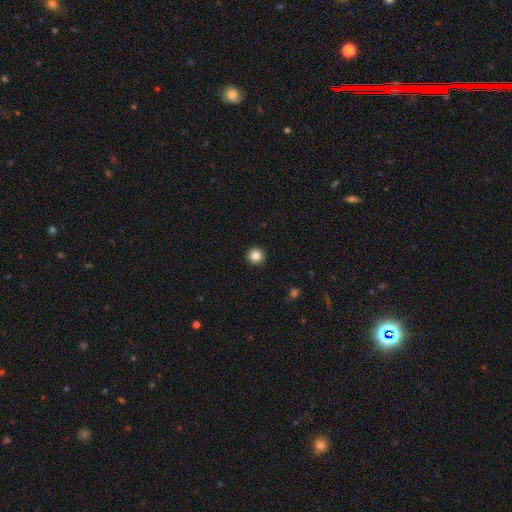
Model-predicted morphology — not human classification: This appears to be a smooth galaxy with no disk features (85%) that is round (95%). Merging: none (93%).